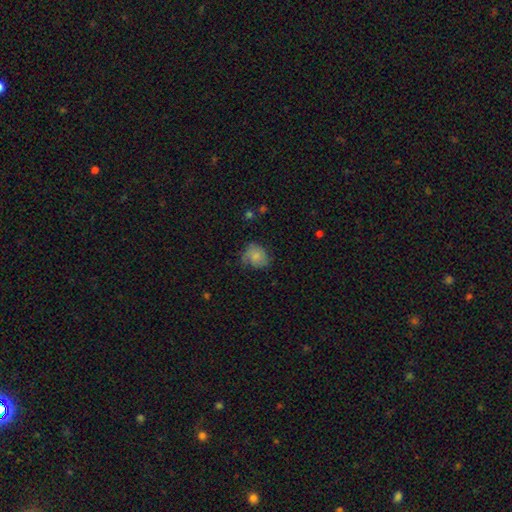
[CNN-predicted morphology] This is likely a smooth galaxy (73%). How rounded: likely round (60%). Merging: possibly none (56%).